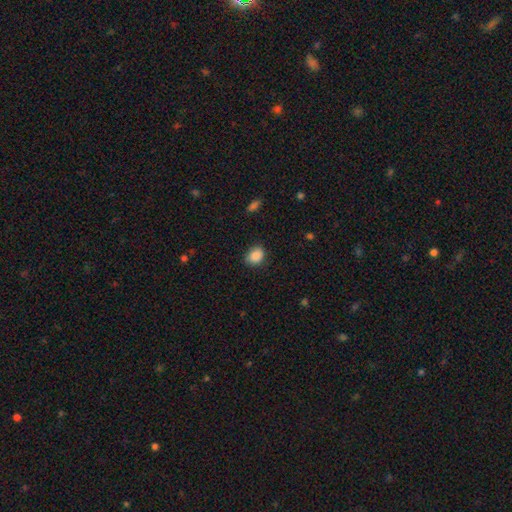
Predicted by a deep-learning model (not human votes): Q: Smooth or featured?
A: smooth (87%); runner-up: star or artifact (8%)
Q: How rounded?
A: in between (59%); runner-up: round (40%)
Q: Merging?
A: none (78%); runner-up: minor disturbance (17%)